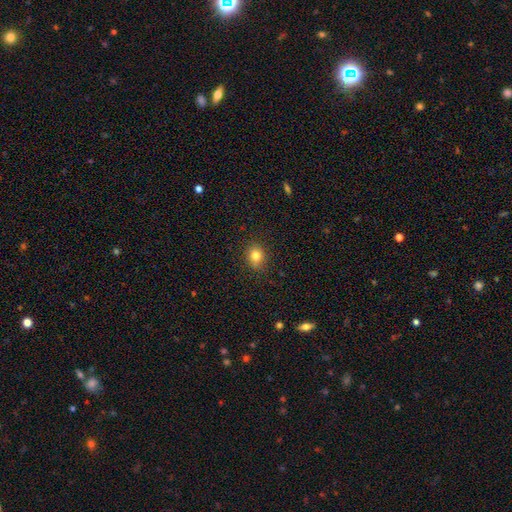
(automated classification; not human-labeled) A smooth galaxy with no disk features (81%) that is round (61%).

Vote fractions:
- Smooth or featured? smooth: 81% / star or artifact: 11% / featured or disk: 7%
- How rounded? round: 61% / in between: 38% / cigar-shaped: 1%
- Merging? none: 87% / minor disturbance: 10% / major disturbance: 2% / merger: 1%